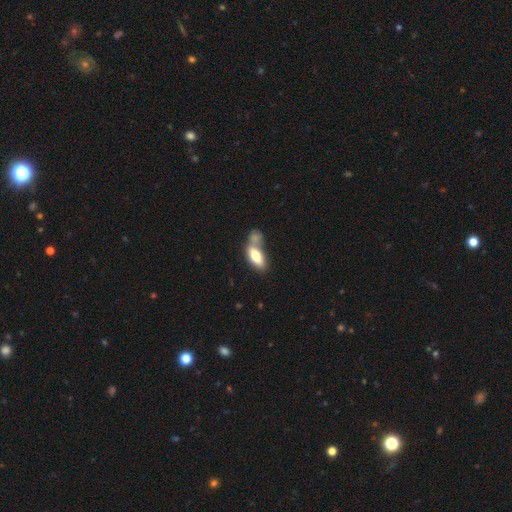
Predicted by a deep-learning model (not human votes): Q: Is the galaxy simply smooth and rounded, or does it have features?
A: smooth — 71%.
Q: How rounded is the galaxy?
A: in between — 81%.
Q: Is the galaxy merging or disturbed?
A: merger — 49%.